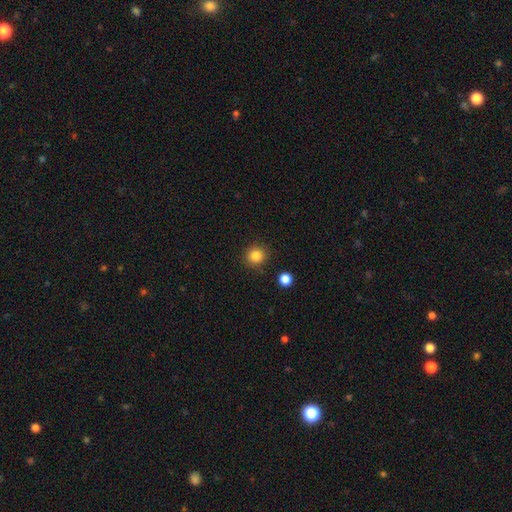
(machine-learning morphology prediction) smooth_or_featured: smooth (p=0.84) [alt: star or artifact p=0.11]
how_rounded: round (p=0.92) [alt: in between p=0.07]
merging: none (p=0.89) [alt: minor disturbance p=0.06]